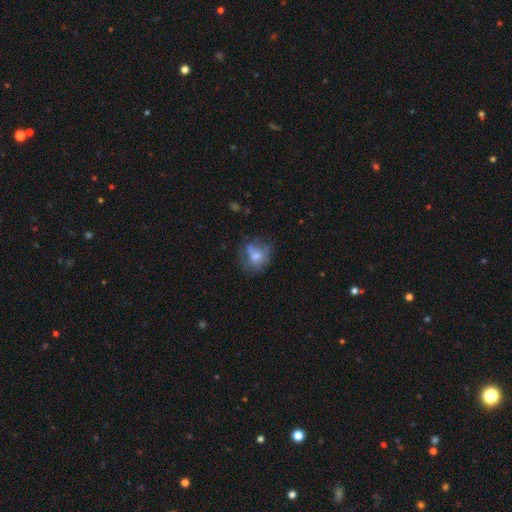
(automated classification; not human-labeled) Smooth or featured?
  - smooth: 54% *
  - featured or disk: 33%
  - star or artifact: 13%
How rounded?
  - round: 64% *
  - in between: 34%
  - cigar-shaped: 1%
Merging?
  - none: 49% *
  - minor disturbance: 24%
  - major disturbance: 17%
  - merger: 9%